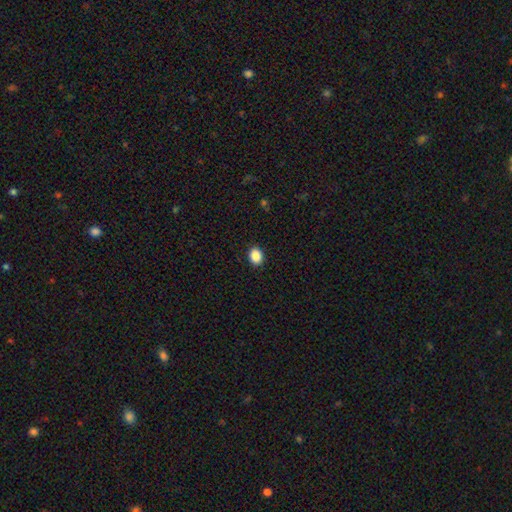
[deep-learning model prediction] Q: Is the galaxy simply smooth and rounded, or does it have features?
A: smooth — 88%.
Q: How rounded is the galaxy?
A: in between — 54%.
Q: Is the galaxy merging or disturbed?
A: none — 91%.